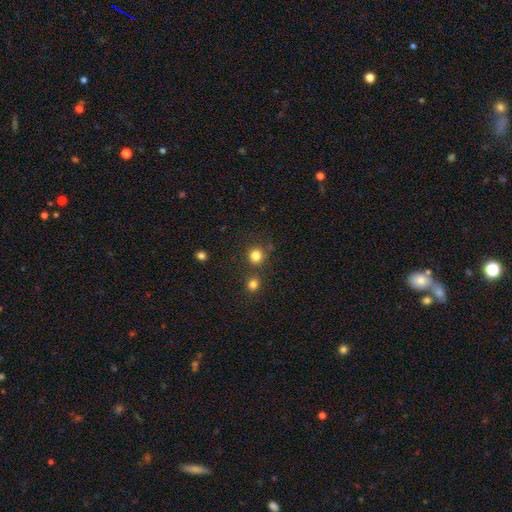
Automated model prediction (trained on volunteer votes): Overall: smooth (81%). How rounded: round (89%). Merging: none (76%).